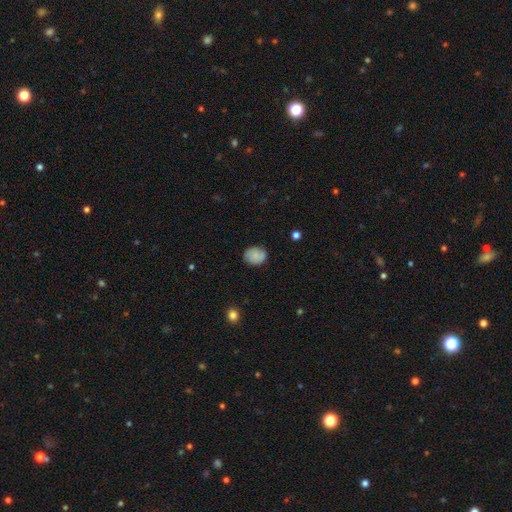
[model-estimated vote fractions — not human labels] smooth_or_featured: smooth (p=0.80) [alt: featured or disk p=0.11]
how_rounded: round (p=0.53) [alt: in between p=0.46]
merging: none (p=0.77) [alt: minor disturbance p=0.17]